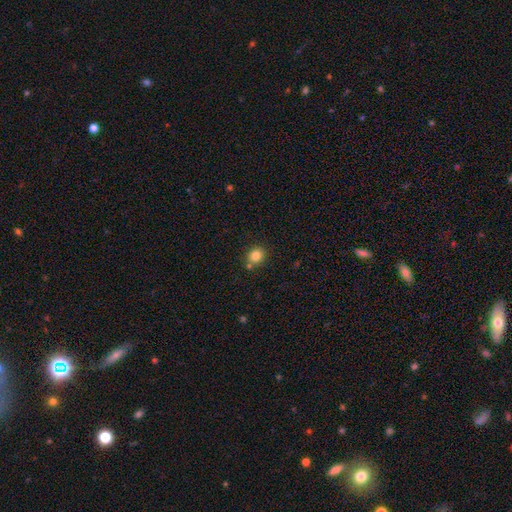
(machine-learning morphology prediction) This appears to be a smooth galaxy with no disk features (82%) that is round (79%). Merging: none (77%).